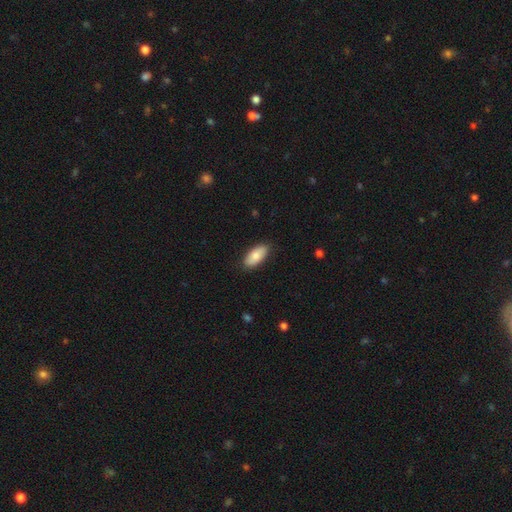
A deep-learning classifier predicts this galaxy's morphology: Smooth or featured?
  - smooth: 81% *
  - featured or disk: 13%
  - star or artifact: 6%
How rounded?
  - in between: 89% *
  - cigar-shaped: 9%
  - round: 2%
Merging?
  - none: 86% *
  - minor disturbance: 11%
  - major disturbance: 2%
  - merger: 1%